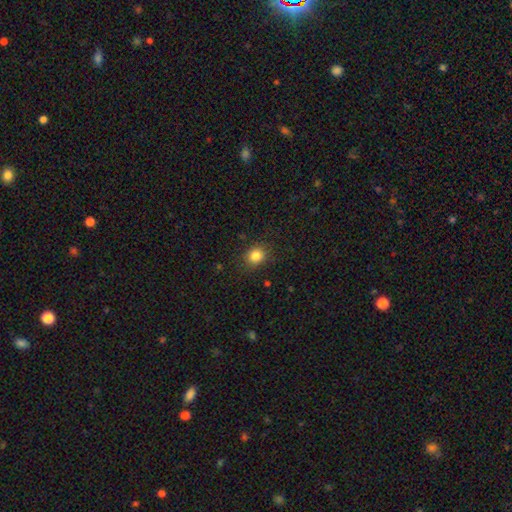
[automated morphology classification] The model was most divided on "how rounded": round: 72%, in between: 27%, cigar-shaped: 1%. More confident: merging — none (87%); smooth or featured — smooth (84%).